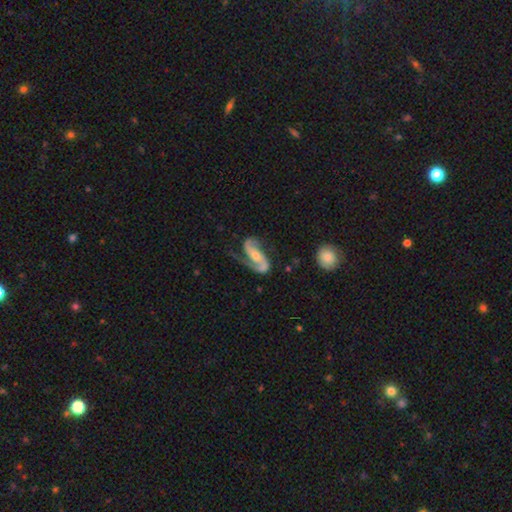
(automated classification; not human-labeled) Overall: featured or disk (88%). Edge-on disk: no (96%). Bar: no (35%; strong 33%). Spiral arms: yes (97%). Spiral arm count: 2 (87%). Spiral winding: medium (48%; loose 33%). Bulge size: moderate (47%; small 45%). Merging: none (62%).